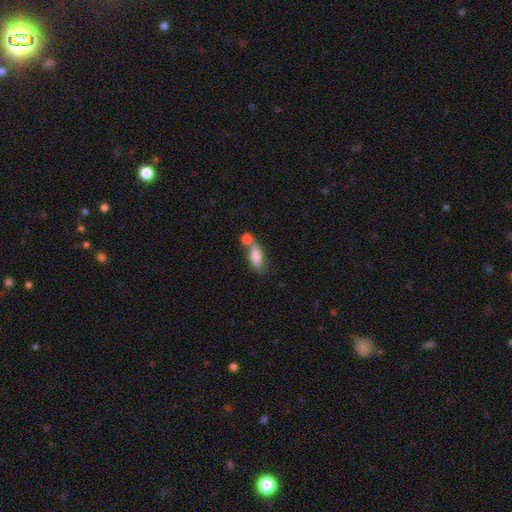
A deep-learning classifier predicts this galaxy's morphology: smooth_or_featured: smooth (p=0.71) [alt: featured or disk p=0.21]
how_rounded: in between (p=0.76) [alt: cigar-shaped p=0.19]
merging: none (p=0.41) [alt: merger p=0.40]